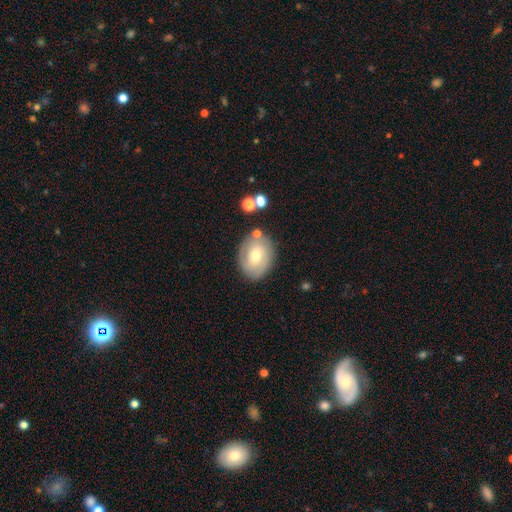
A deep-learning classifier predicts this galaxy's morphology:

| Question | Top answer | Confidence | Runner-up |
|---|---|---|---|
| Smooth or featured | smooth | 50% | featured or disk (42%) |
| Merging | none | 75% | minor disturbance (15%) |